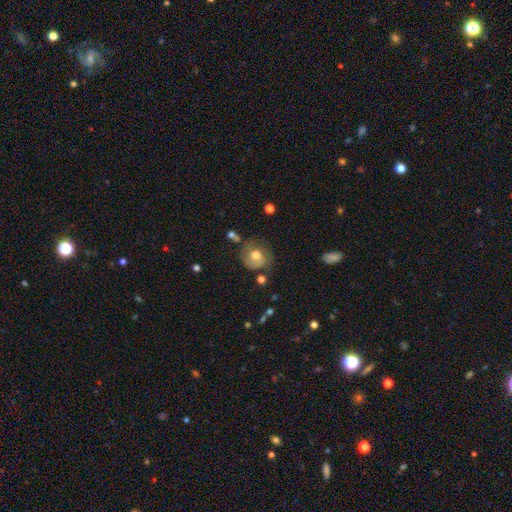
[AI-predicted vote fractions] Morphology: type=smooth (58%); roundness=round (77%); merging=none (56%).